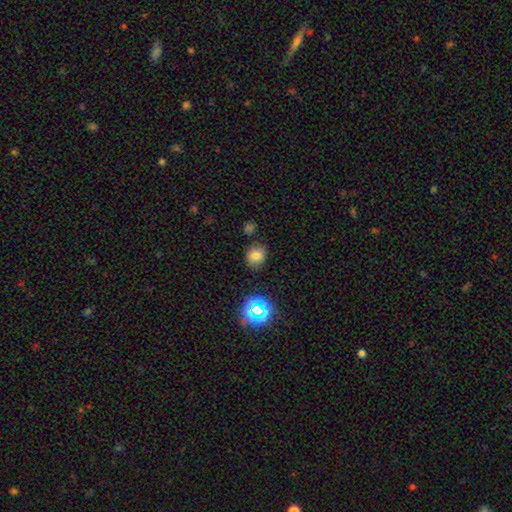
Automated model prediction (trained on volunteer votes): A smooth galaxy with no disk features (75%) that is round (67%). Merging: none (78%).